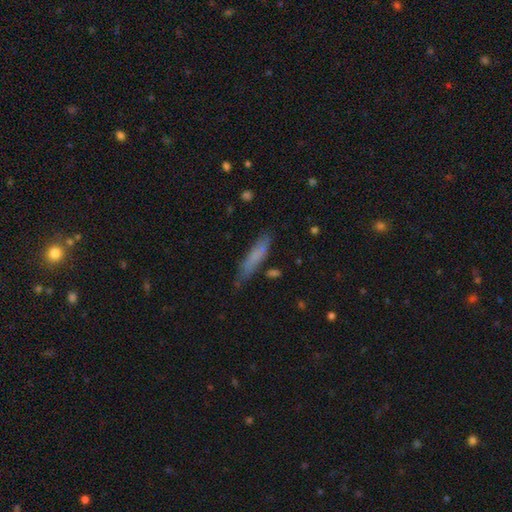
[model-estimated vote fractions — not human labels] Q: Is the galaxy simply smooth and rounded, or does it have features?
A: smooth — 73%.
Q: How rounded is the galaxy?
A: cigar-shaped — 86%.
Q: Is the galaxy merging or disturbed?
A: none — 67%.